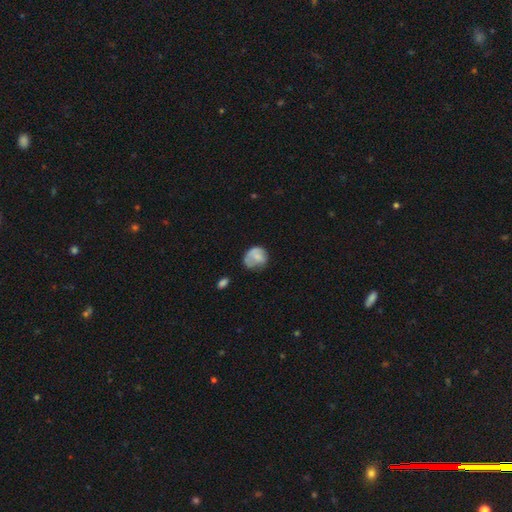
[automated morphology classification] A smooth galaxy with no disk features (66%) that is round (67%).

Vote fractions:
- Smooth or featured? smooth: 66% / featured or disk: 25% / star or artifact: 8%
- How rounded? round: 67% / in between: 32% / cigar-shaped: 1%
- Merging? none: 43% / minor disturbance: 33% / major disturbance: 20% / merger: 4%